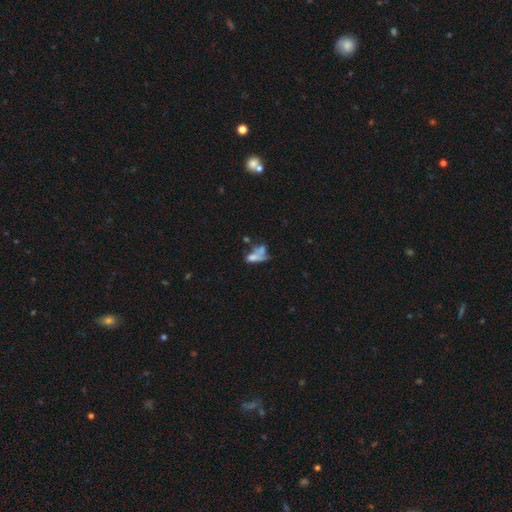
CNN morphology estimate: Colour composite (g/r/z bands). It shows a smooth galaxy with no disk features (45%). Merging: merger (48%).